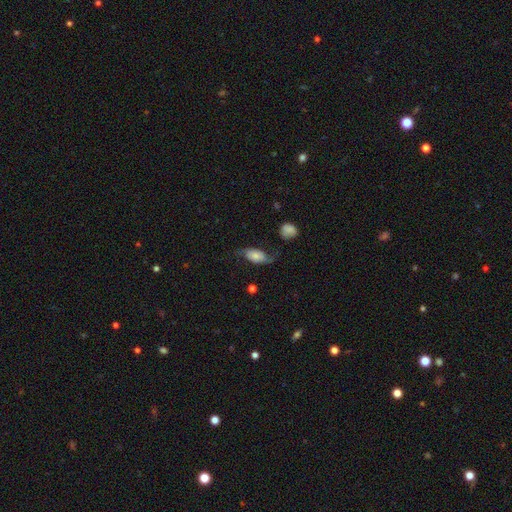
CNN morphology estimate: A smooth galaxy with no disk features (48%).

Vote fractions:
- Smooth or featured? smooth: 48% / featured or disk: 44% / star or artifact: 8%
- Merging? none: 54% / minor disturbance: 26% / major disturbance: 17% / merger: 4%